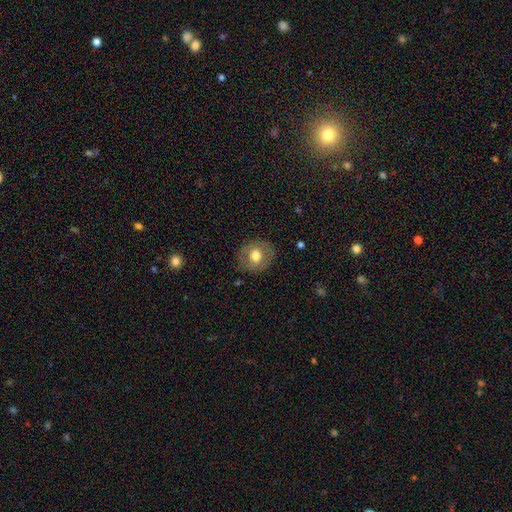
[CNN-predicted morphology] This appears to be a smooth galaxy with no disk features (64%) that is round (75%). Merging: none (84%).